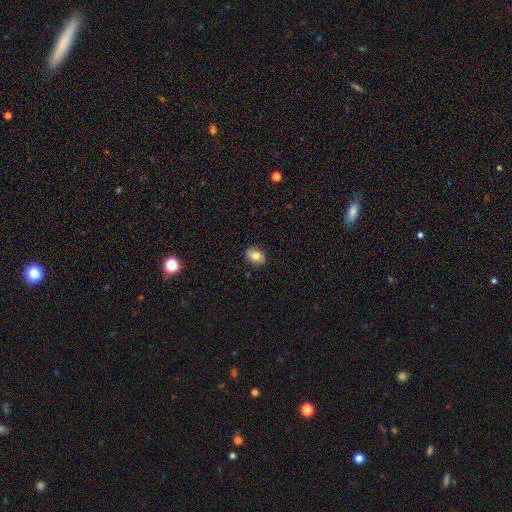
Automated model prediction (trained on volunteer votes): smooth-or-featured: smooth: 78% | featured or disk: 13% | star or artifact: 9%
  how-rounded: in between: 70% | round: 29% | cigar-shaped: 1%
  merging: none: 87% | minor disturbance: 10% | major disturbance: 2% | merger: 1%